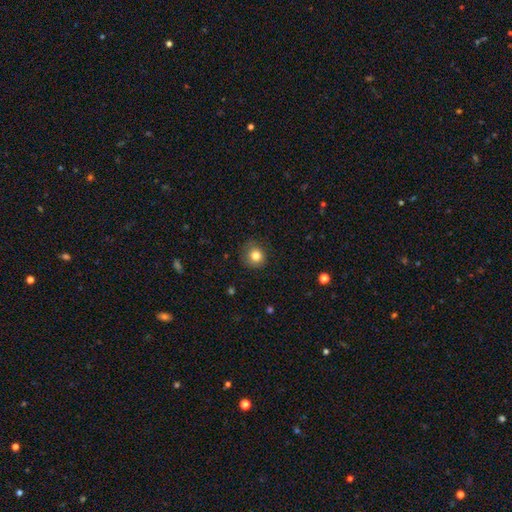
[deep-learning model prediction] Morphology: type=smooth (82%); roundness=round (88%); merging=none (81%).